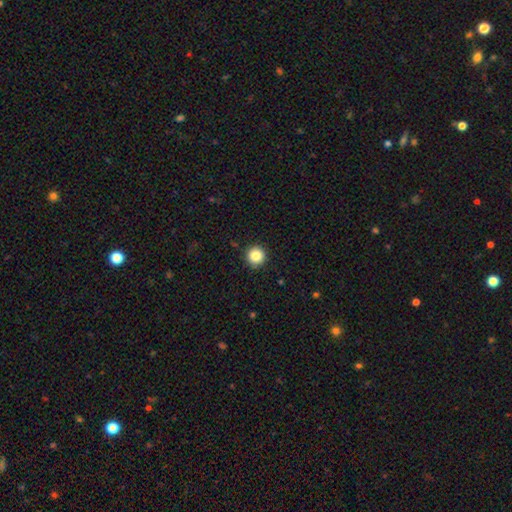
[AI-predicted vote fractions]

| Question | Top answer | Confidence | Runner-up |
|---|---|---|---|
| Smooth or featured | smooth | 86% | star or artifact (10%) |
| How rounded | round | 96% | in between (3%) |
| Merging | none | 91% | minor disturbance (6%) |